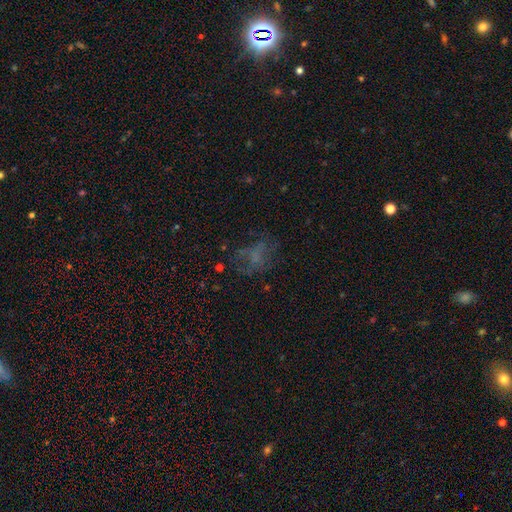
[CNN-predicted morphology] Smooth or featured?
  - featured or disk: 40% *
  - smooth: 34%
  - star or artifact: 26%
Merging?
  - none: 50% *
  - major disturbance: 29%
  - minor disturbance: 17%
  - merger: 3%